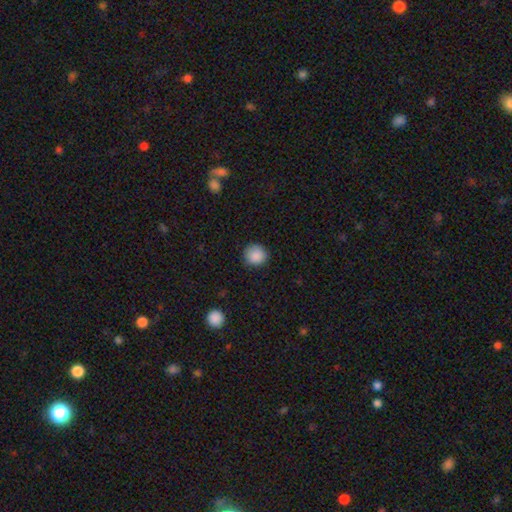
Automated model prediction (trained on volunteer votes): Overall: smooth (88%). How rounded: round (91%). Merging: none (87%).